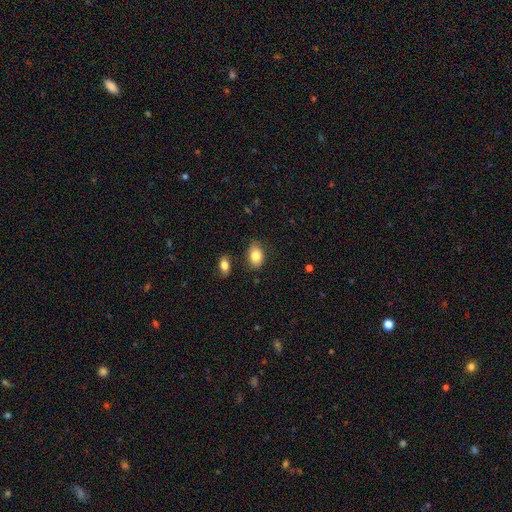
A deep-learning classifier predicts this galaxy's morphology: Smooth or featured? smooth (84%)
How rounded? in between (85%)
Merging? none (76%)